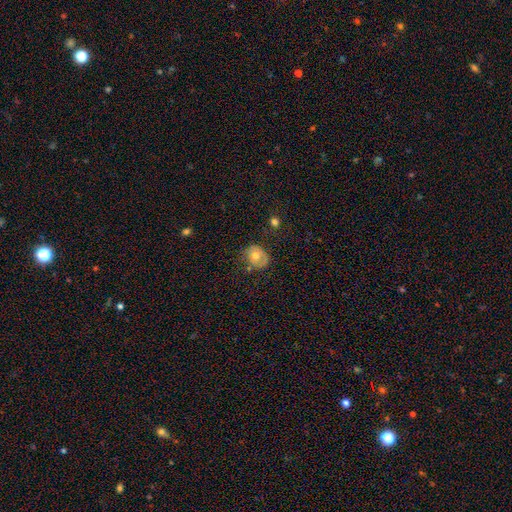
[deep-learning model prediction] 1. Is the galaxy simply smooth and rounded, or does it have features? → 57% smooth, 35% featured or disk, 8% star or artifact.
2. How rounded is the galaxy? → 61% round, 38% in between, 1% cigar-shaped.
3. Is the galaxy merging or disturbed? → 61% none, 26% minor disturbance, 9% major disturbance, 4% merger.